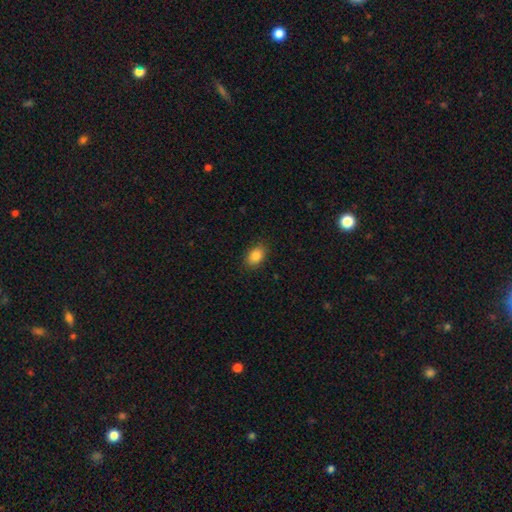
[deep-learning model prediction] Smooth or featured: smooth — 86% (star or artifact — 9%)
How rounded: in between — 82% (round — 17%)
Merging: none — 87% (minor disturbance — 10%)